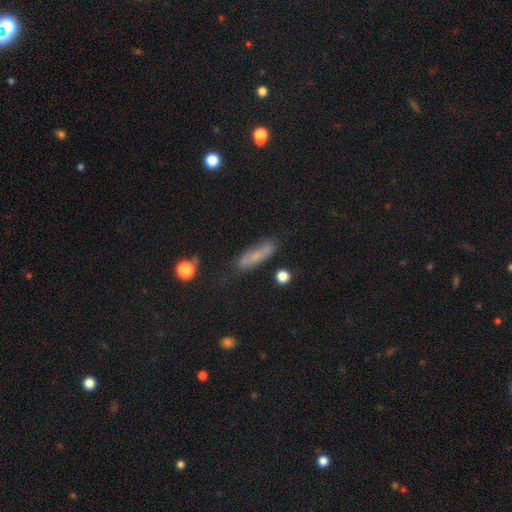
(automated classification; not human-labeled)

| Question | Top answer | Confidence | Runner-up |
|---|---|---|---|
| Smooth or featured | smooth | 62% | featured or disk (25%) |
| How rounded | cigar-shaped | 65% | in between (31%) |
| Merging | none | 61% | minor disturbance (24%) |